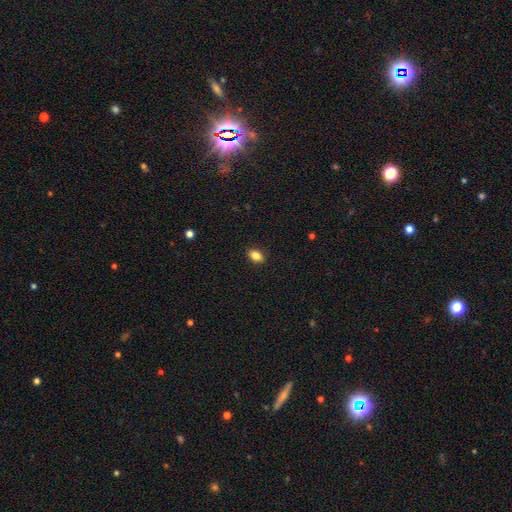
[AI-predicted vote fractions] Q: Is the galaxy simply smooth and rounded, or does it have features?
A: smooth — 85%.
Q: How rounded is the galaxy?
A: in between — 83%.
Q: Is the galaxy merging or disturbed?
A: none — 90%.